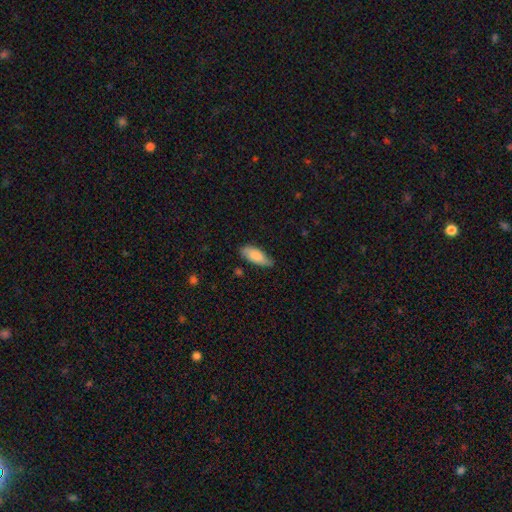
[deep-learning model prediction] Q: Smooth or featured?
A: smooth (82%); runner-up: featured or disk (12%)
Q: How rounded?
A: in between (78%); runner-up: cigar-shaped (20%)
Q: Merging?
A: none (71%); runner-up: minor disturbance (24%)